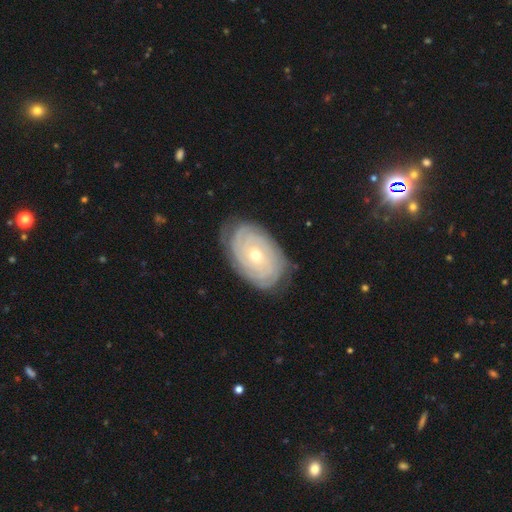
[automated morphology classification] This is clearly a featured or disk galaxy (86%). It is clearly not viewed edge-on (96%). Bar: likely no (76%). Spiral arm pattern: clearly yes (96%). Spiral arm count: marginally can't tell (36%). Spiral winding: clearly tight (87%). Central bulge: possibly small (53%). Merging: clearly none (81%).